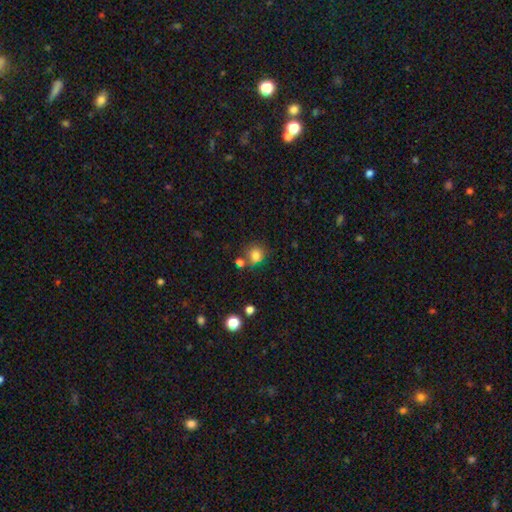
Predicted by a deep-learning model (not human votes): Q: Smooth or featured?
A: smooth (81%); runner-up: star or artifact (12%)
Q: How rounded?
A: round (81%); runner-up: in between (18%)
Q: Merging?
A: none (69%); runner-up: minor disturbance (14%)